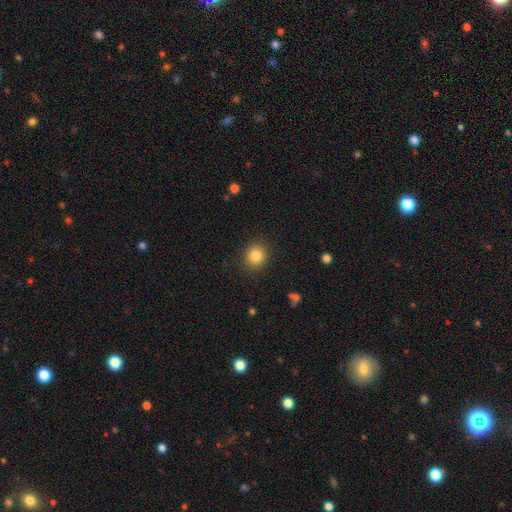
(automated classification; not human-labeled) This is clearly a smooth galaxy (85%). How rounded: clearly round (85%). Merging: clearly none (89%).